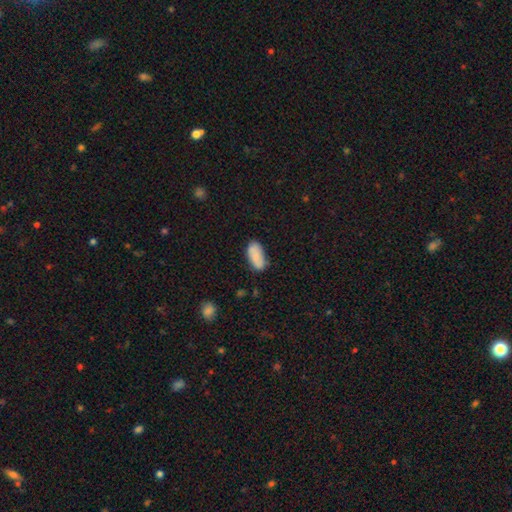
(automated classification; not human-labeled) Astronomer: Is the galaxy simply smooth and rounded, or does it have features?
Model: smooth — 80%.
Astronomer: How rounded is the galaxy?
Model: in between — 92%.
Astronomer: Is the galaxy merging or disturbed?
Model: none — 71%.